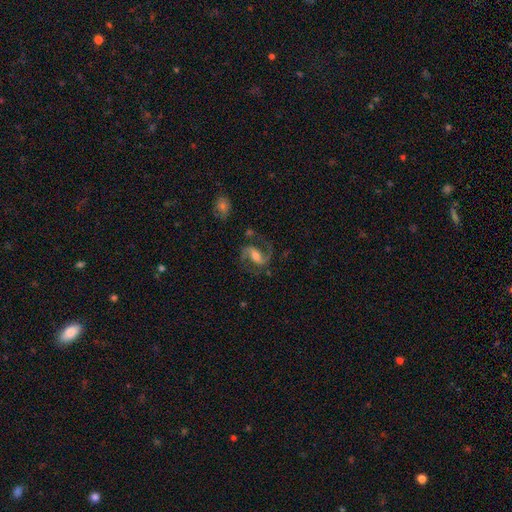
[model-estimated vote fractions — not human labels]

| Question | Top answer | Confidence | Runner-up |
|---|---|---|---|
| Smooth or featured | featured or disk | 90% | star or artifact (5%) |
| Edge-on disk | no | 98% | yes (2%) |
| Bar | weak | 41% | strong (35%) |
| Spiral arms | yes | 98% | no (2%) |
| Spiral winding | medium | 56% | loose (33%) |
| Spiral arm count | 2 | 93% | 1 (2%) |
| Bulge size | moderate | 58% | small (33%) |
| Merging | none | 76% | minor disturbance (13%) |